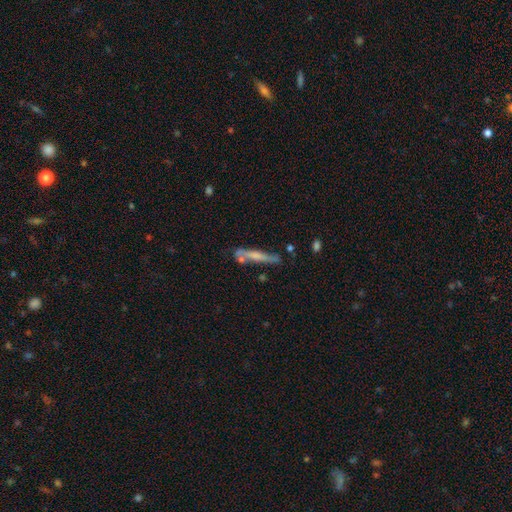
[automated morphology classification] type=featured or disk (47%); merging=none (61%).